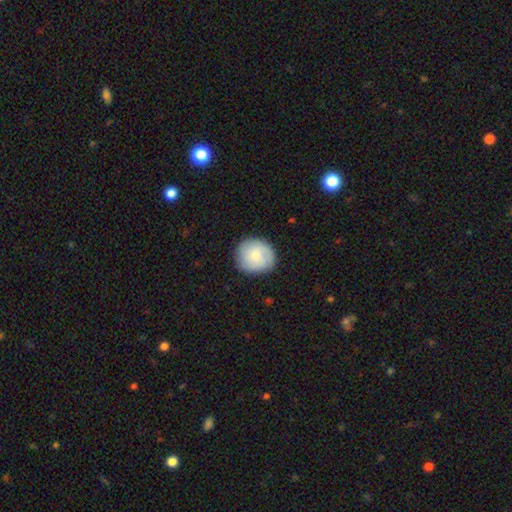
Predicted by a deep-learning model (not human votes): smooth_or_featured: smooth (p=0.72) [alt: featured or disk p=0.22]
how_rounded: round (p=0.83) [alt: in between p=0.16]
merging: none (p=0.84) [alt: minor disturbance p=0.12]